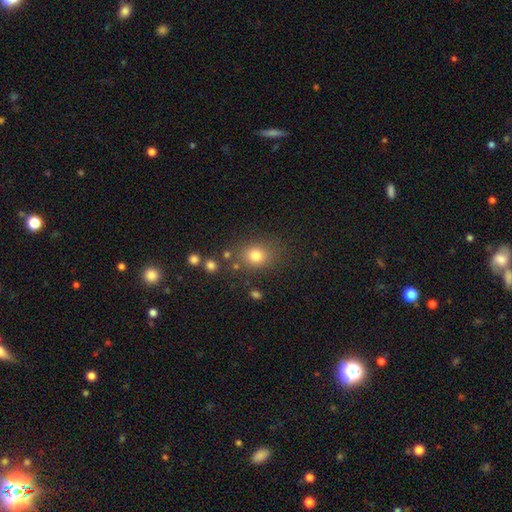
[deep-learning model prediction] Overall: smooth (79%). How rounded: round (56%; in between 43%). Merging: none (77%).